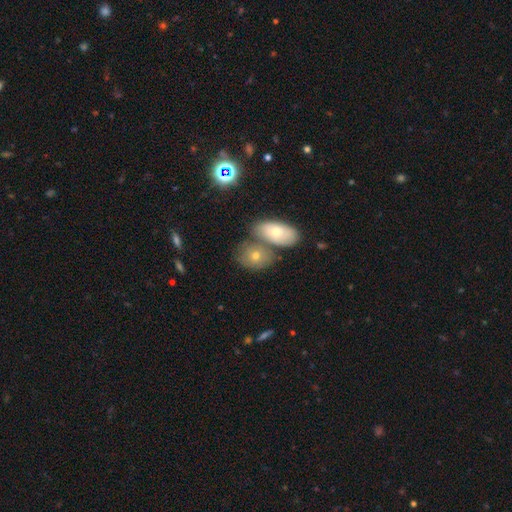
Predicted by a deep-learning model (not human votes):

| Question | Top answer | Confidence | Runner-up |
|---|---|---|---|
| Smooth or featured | smooth | 61% | featured or disk (26%) |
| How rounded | in between | 67% | round (30%) |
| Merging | none | 50% | merger (36%) |